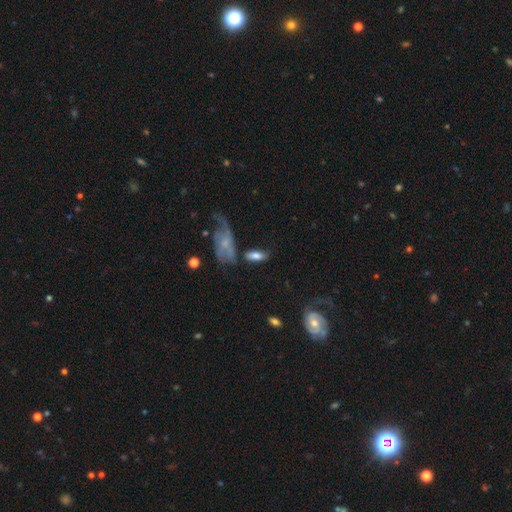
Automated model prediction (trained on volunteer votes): smooth-or-featured: smooth: 67% | featured or disk: 26% | star or artifact: 7%
  how-rounded: in between: 77% | cigar-shaped: 19% | round: 4%
  merging: none: 59% | minor disturbance: 19% | merger: 12% | major disturbance: 10%